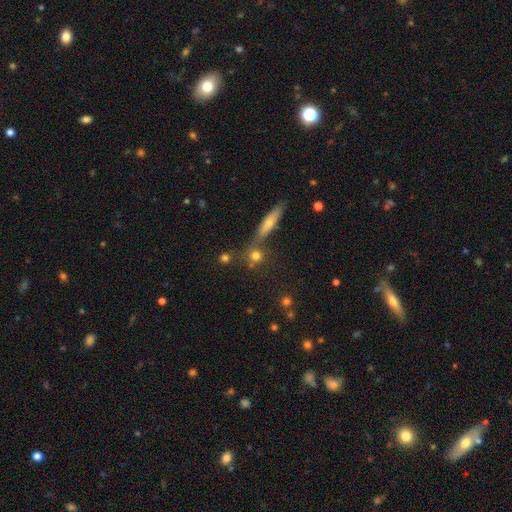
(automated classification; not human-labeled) smooth_or_featured: smooth (p=0.73) [alt: star or artifact p=0.14]
how_rounded: round (p=0.81) [alt: in between p=0.11]
merging: none (p=0.69) [alt: merger p=0.19]